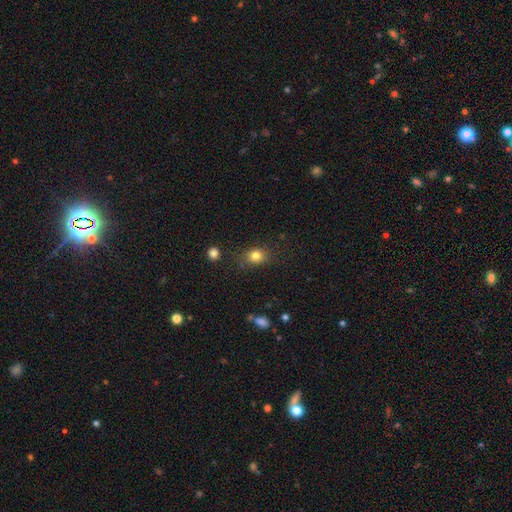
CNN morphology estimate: smooth-or-featured: smooth: 82% | star or artifact: 12% | featured or disk: 7%
  how-rounded: round: 58% | in between: 41% | cigar-shaped: 1%
  merging: none: 74% | minor disturbance: 17% | major disturbance: 6% | merger: 3%